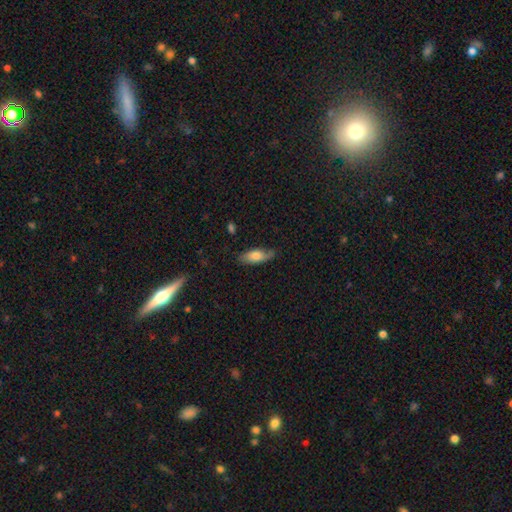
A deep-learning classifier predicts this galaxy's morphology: Overall: smooth (71%). How rounded: in between (76%). Merging: none (70%).